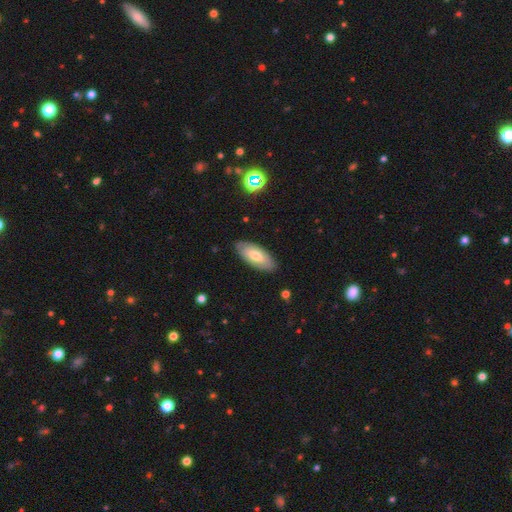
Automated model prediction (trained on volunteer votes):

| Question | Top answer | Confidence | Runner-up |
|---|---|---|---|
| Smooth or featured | smooth | 66% | featured or disk (28%) |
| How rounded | in between | 87% | cigar-shaped (11%) |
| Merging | none | 86% | minor disturbance (11%) |